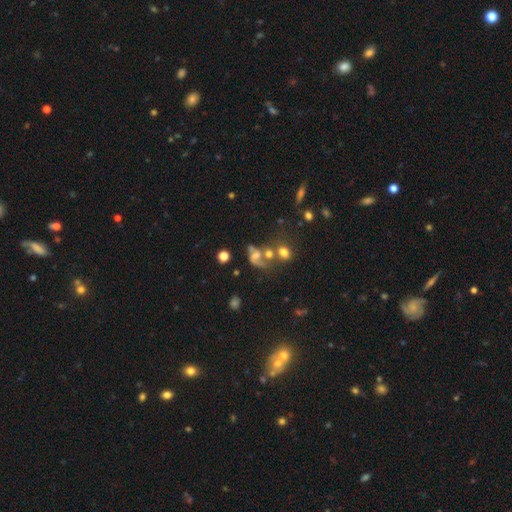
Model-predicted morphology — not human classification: This is possibly a featured or disk galaxy (51%). It is clearly not viewed edge-on (96%). Merging: marginally merger (38%).